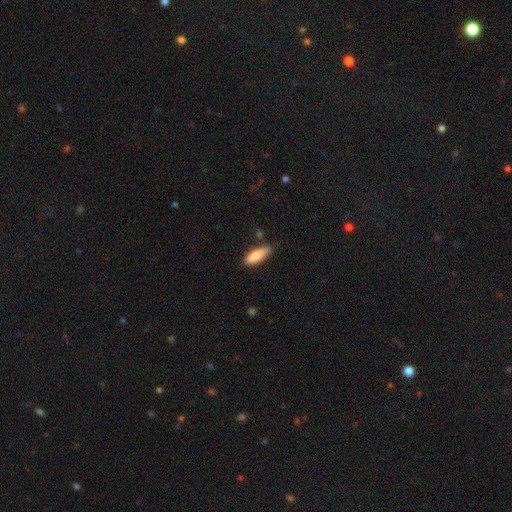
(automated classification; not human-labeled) smooth 83%, featured or disk 11%, star or artifact 6%. Down the decision tree: how rounded — in between (61%); merging — none (75%).